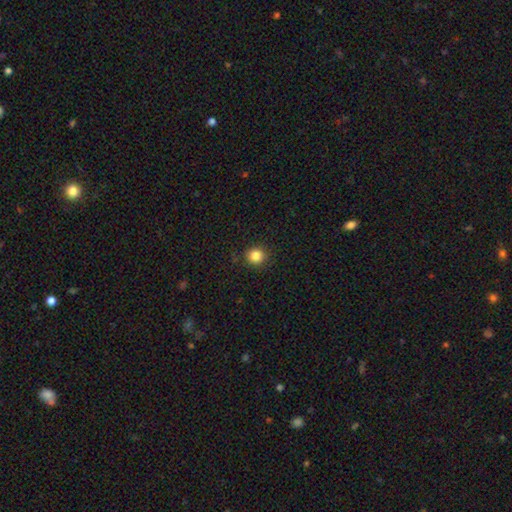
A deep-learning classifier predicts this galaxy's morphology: A smooth galaxy with no disk features (84%) that is round (92%).

Vote fractions:
- Smooth or featured? smooth: 84% / star or artifact: 11% / featured or disk: 5%
- How rounded? round: 92% / in between: 7% / cigar-shaped: 1%
- Merging? none: 90% / minor disturbance: 7% / major disturbance: 2% / merger: 1%